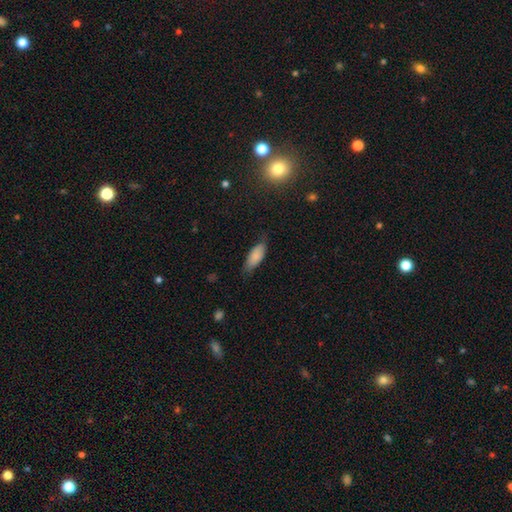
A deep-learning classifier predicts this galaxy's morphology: Smooth or featured?
  - smooth: 83% *
  - featured or disk: 10%
  - star or artifact: 7%
How rounded?
  - in between: 79% *
  - cigar-shaped: 19%
  - round: 2%
Merging?
  - none: 68% *
  - minor disturbance: 25%
  - major disturbance: 5%
  - merger: 1%